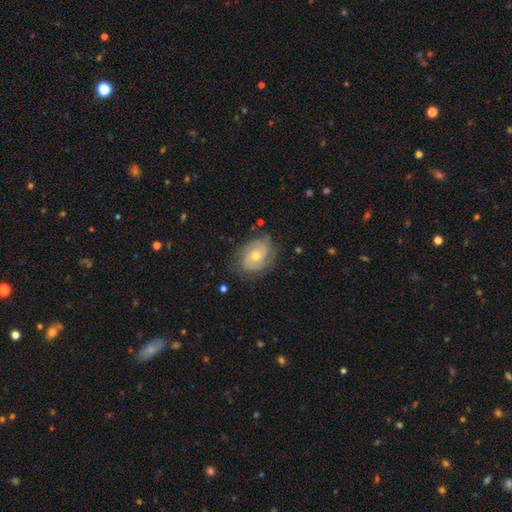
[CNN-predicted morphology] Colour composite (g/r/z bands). It shows a featured or disk galaxy (70%) with no bar (79%), 2 (43%) tight (66%) spiral arms (84%) and a moderate central bulge (59%). Merging: none (71%).